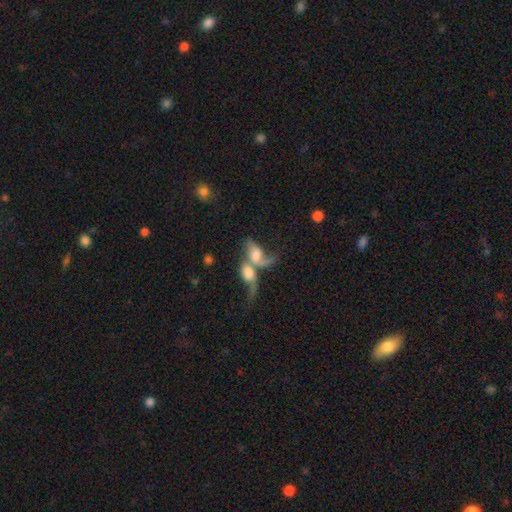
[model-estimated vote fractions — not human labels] featured or disk 50%, smooth 40%, star or artifact 10%. Down the decision tree: edge-on disk — no (93%); merging — merger (79%).